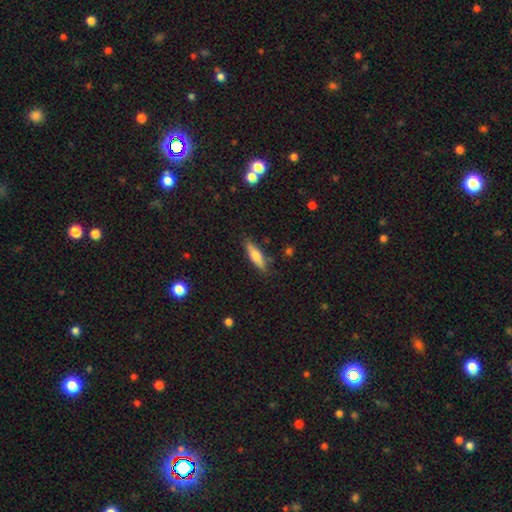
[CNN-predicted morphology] smooth 64%, featured or disk 30%, star or artifact 6%. Down the decision tree: how rounded — cigar-shaped (62%); merging — none (82%).